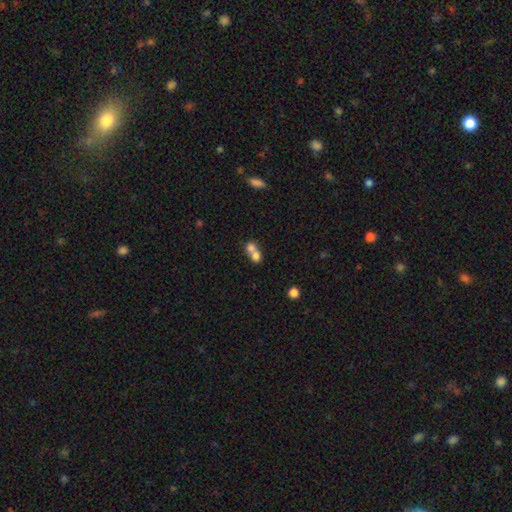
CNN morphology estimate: smooth-or-featured: smooth: 73% | featured or disk: 17% | star or artifact: 11%
  how-rounded: round: 68% | in between: 31% | cigar-shaped: 1%
  merging: merger: 70% | none: 23% | minor disturbance: 4% | major disturbance: 3%